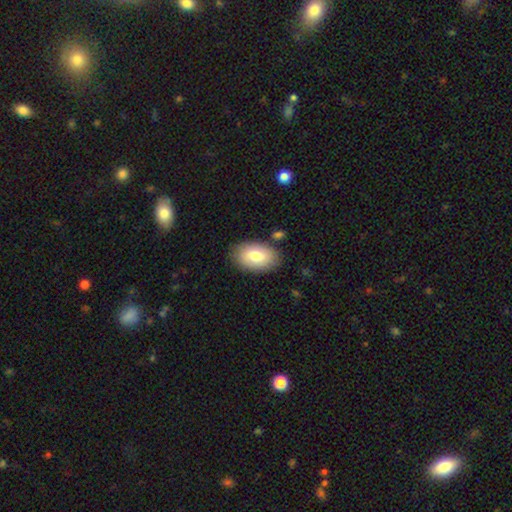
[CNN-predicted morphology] A smooth galaxy with no disk features (80%) that is in between round and cigar-shaped (93%).

Vote fractions:
- Smooth or featured? smooth: 80% / featured or disk: 14% / star or artifact: 6%
- How rounded? in between: 93% / round: 5% / cigar-shaped: 1%
- Merging? none: 82% / minor disturbance: 12% / major disturbance: 3% / merger: 3%